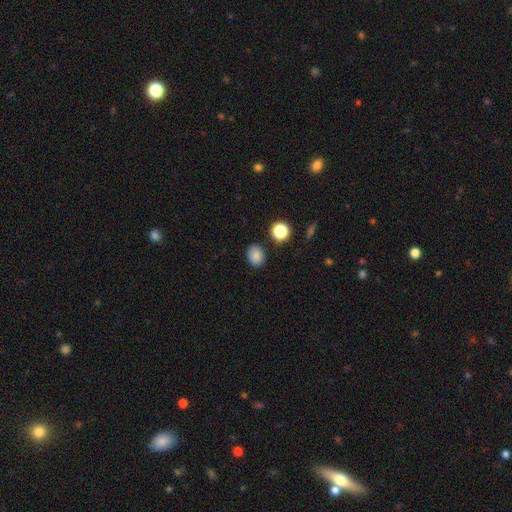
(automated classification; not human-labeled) This appears to be a smooth galaxy with no disk features (83%) that is in between round and cigar-shaped (52%). Merging: none (84%).